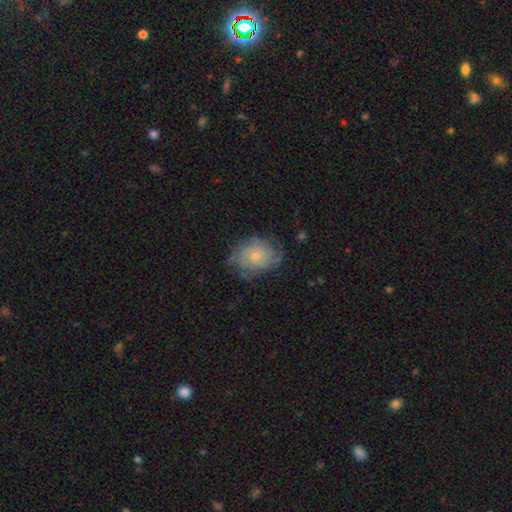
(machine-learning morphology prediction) featured or disk 54%, smooth 37%, star or artifact 8%. Down the decision tree: edge-on disk — no (97%); bar — no (85%); spiral arms — yes (80%); bulge size — small (70%); merging — none (64%).